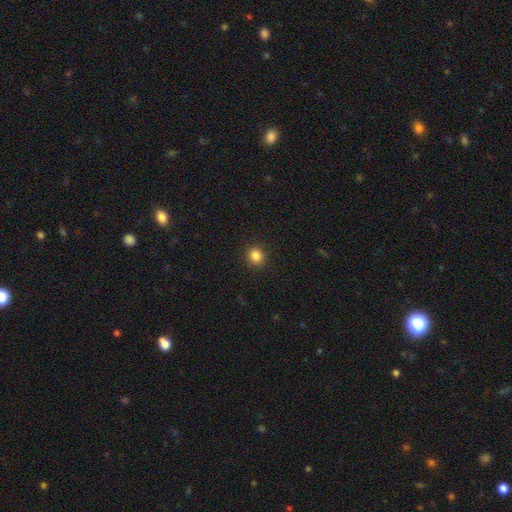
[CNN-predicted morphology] Smooth or featured? Predicted: smooth (p=0.84). How rounded? Predicted: round (p=0.88). Merging? Predicted: none (p=0.92).